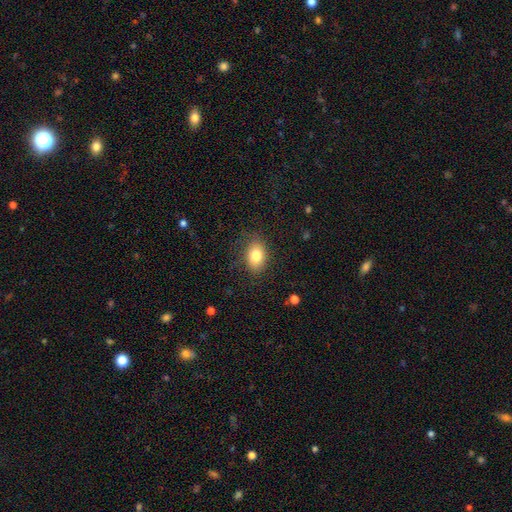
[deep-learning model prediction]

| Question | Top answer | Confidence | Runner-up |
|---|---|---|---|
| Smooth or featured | smooth | 80% | featured or disk (10%) |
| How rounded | in between | 78% | round (21%) |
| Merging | none | 81% | minor disturbance (14%) |